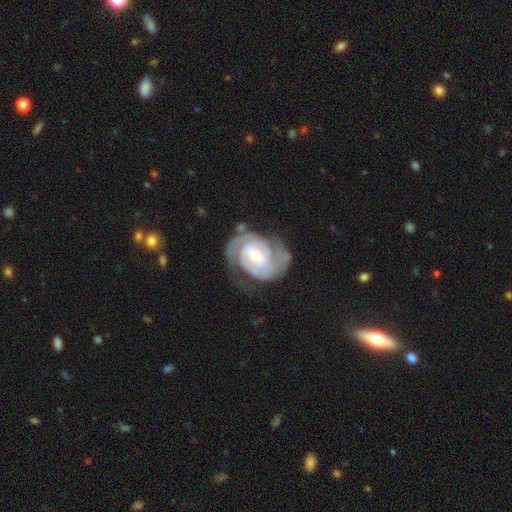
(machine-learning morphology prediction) smooth-or-featured: featured or disk: 87% | smooth: 9% | star or artifact: 4%
  disk-edge-on: no: 97% | yes: 3%
    bar: weak: 48% | no: 34% | strong: 18%
    has-spiral-arms: yes: 95% | no: 5%
      spiral-winding: tight: 58% | medium: 33% | loose: 9%
      spiral-arm-count: 2: 71% | can't tell: 13% | 3: 7% | 1: 4% | 4: 2% | more than 4: 2%
    bulge-size: small: 49% | moderate: 44% | large: 4% | none: 2% | dominant: 1%
  merging: none: 58% | minor disturbance: 21% | major disturbance: 17% | merger: 3%